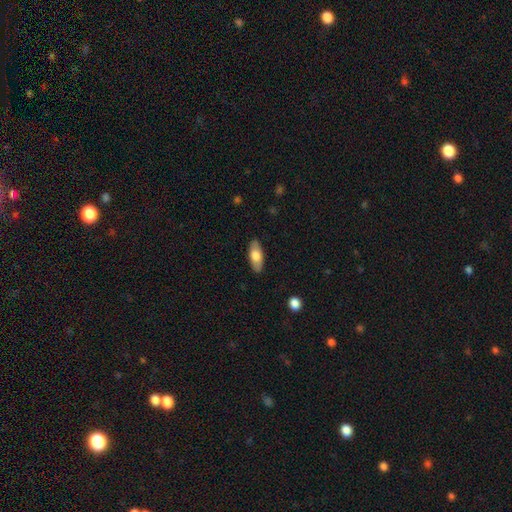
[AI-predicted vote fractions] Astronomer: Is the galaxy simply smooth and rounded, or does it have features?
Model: smooth — 73%.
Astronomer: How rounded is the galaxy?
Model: in between — 83%.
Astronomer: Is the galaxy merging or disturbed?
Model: none — 87%.